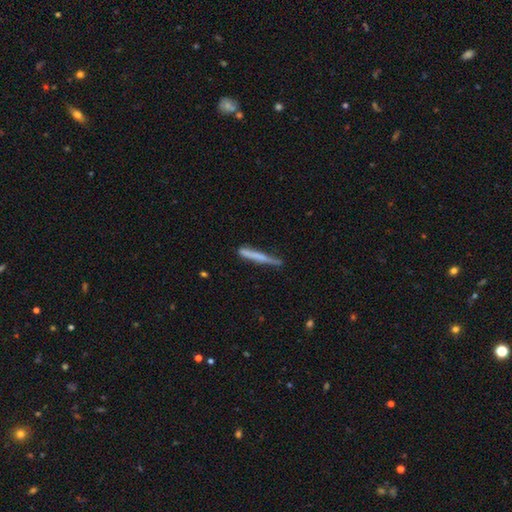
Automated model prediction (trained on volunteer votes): Smooth or featured? Predicted: smooth (p=0.57). How rounded? Predicted: cigar-shaped (p=0.96). Merging? Predicted: none (p=0.76).